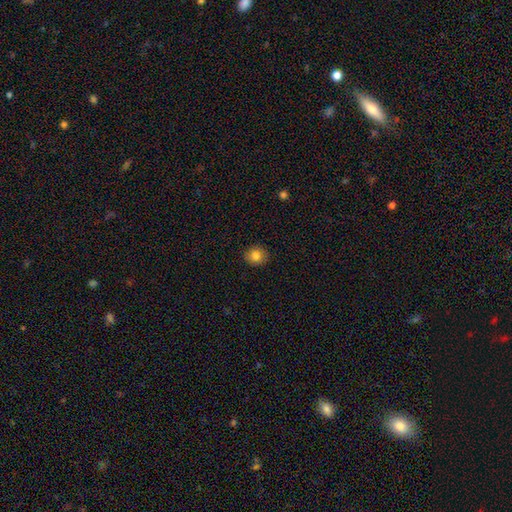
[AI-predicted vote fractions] Smooth or featured: smooth — 82% (star or artifact — 10%)
How rounded: round — 82% (in between — 17%)
Merging: none — 90% (minor disturbance — 8%)